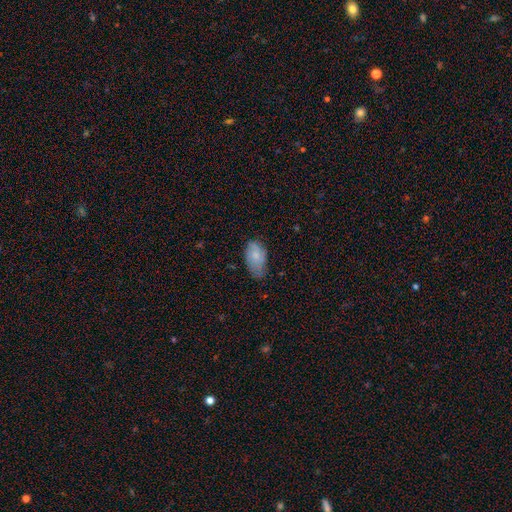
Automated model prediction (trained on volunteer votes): This is likely a smooth galaxy (73%). How rounded: clearly in between (93%). Merging: possibly none (48%).